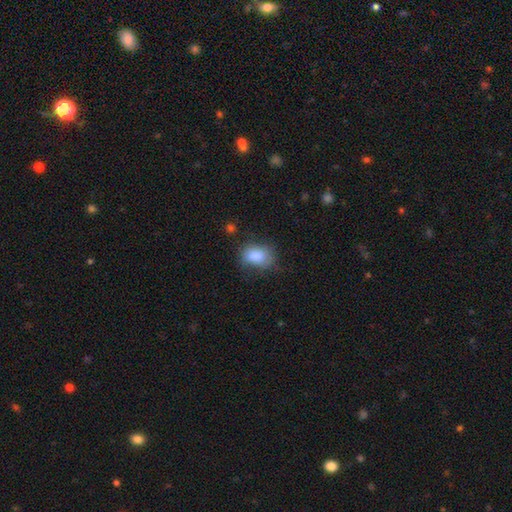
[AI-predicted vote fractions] smooth_or_featured: smooth (p=0.84) [alt: featured or disk p=0.08]
how_rounded: in between (p=0.74) [alt: round p=0.25]
merging: none (p=0.62) [alt: minor disturbance p=0.26]